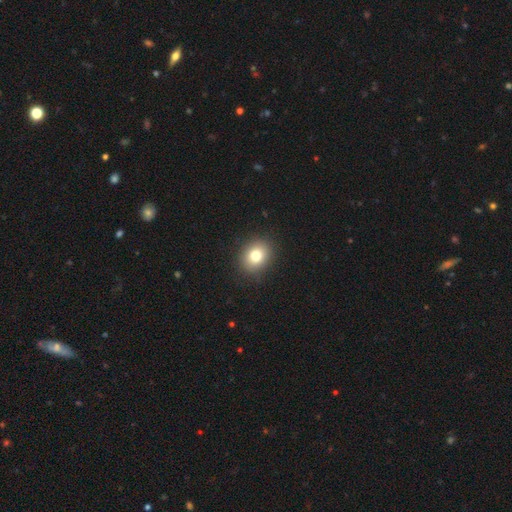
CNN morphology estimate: A smooth galaxy with no disk features (79%) that is round (56%). Merging: none (89%).